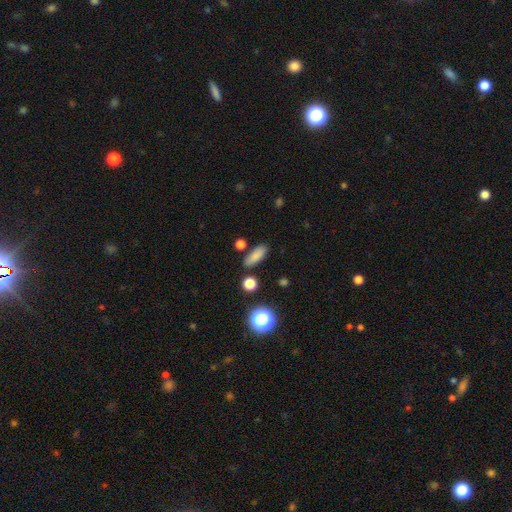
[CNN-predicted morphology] This is clearly a smooth galaxy (82%). How rounded: likely in between (64%). Merging: clearly none (83%).